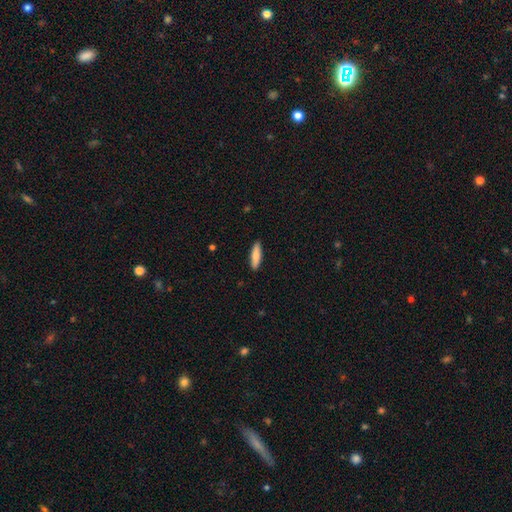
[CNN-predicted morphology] Overall: smooth (81%). How rounded: cigar-shaped (66%; in between 32%). Merging: none (89%).